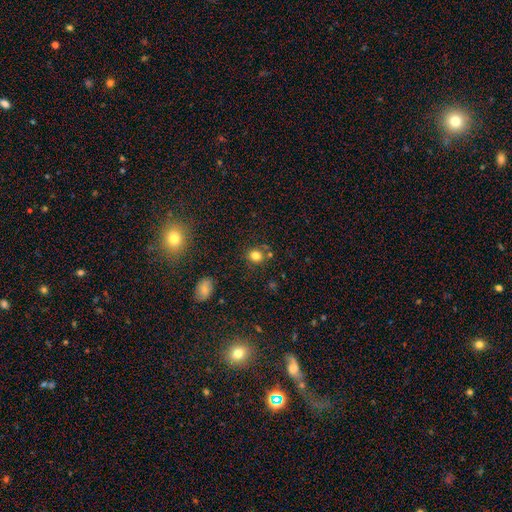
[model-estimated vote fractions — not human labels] This is likely a smooth galaxy (79%). How rounded: likely round (80%). Merging: likely none (77%).